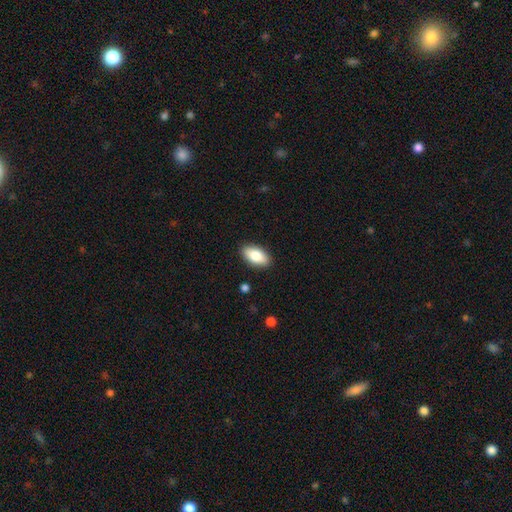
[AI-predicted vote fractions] This is clearly a smooth galaxy (83%). How rounded: clearly in between (92%). Merging: clearly none (89%).